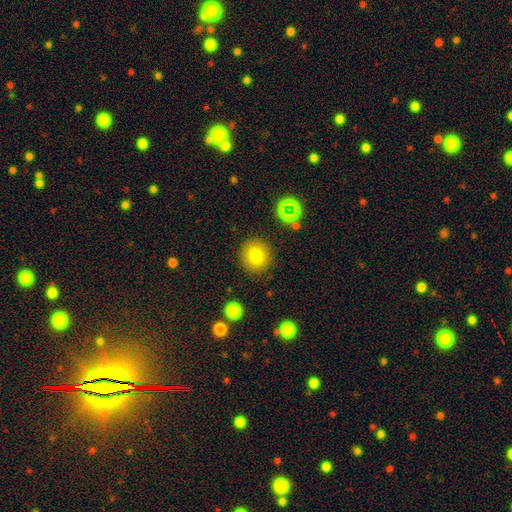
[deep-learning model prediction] This is likely a smooth galaxy (78%). How rounded: clearly round (87%). Merging: clearly none (87%).